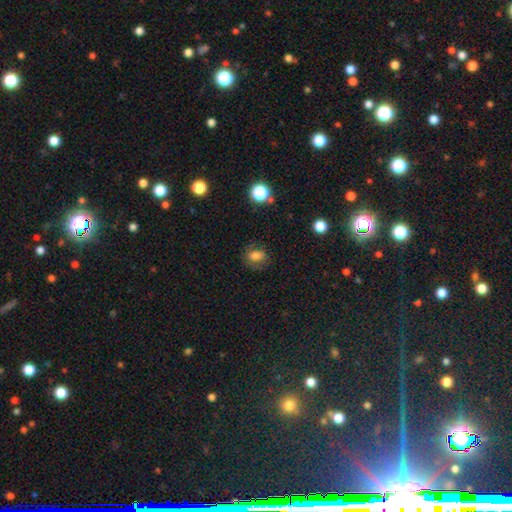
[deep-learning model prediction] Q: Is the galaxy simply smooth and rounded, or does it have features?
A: smooth — 74%.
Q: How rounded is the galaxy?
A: in between — 66%.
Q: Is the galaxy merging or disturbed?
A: none — 75%.